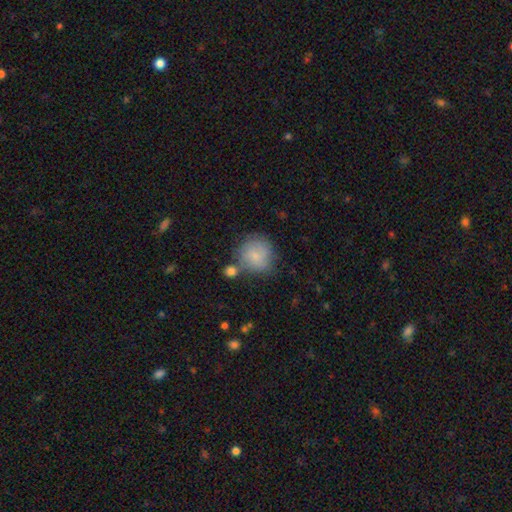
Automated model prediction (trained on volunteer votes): The model was most divided on "merging": none: 57%, minor disturbance: 21%, merger: 14%, major disturbance: 8%. More confident: how rounded — round (89%); smooth or featured — smooth (77%).